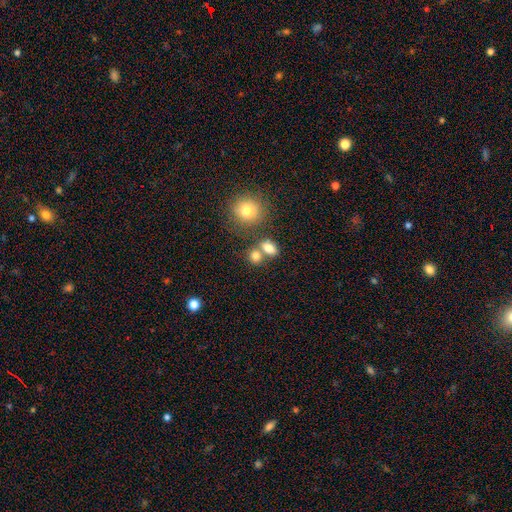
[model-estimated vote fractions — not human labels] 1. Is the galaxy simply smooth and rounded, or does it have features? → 79% smooth, 12% star or artifact, 9% featured or disk.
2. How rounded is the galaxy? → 56% round, 42% in between, 2% cigar-shaped.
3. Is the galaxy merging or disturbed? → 51% none, 35% merger, 9% minor disturbance, 4% major disturbance.